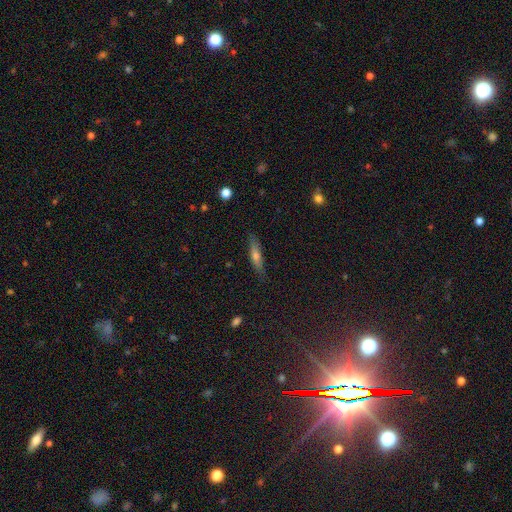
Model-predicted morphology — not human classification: Smooth or featured? Predicted: smooth (p=0.49). Merging? Predicted: none (p=0.85).